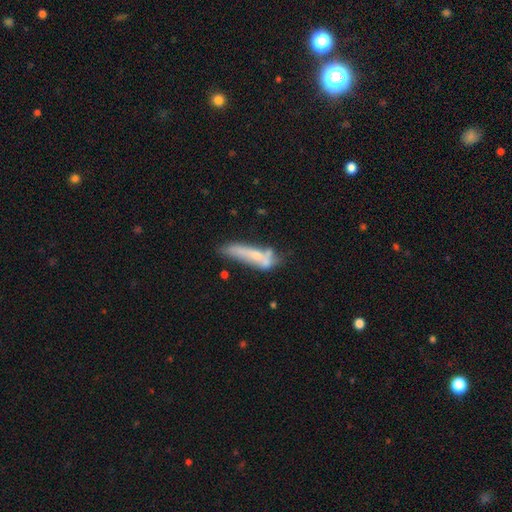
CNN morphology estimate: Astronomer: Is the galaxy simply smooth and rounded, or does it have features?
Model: smooth — 49% (runner-up: featured or disk, 42%).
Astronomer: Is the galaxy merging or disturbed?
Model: none — 36% (runner-up: minor disturbance, 24%).